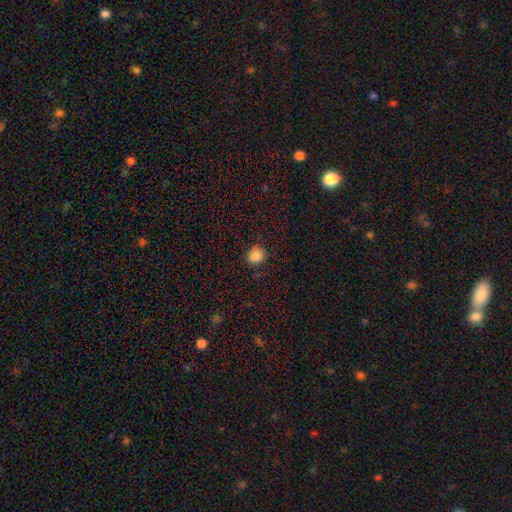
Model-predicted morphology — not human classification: smooth 85%, star or artifact 11%, featured or disk 4%. Down the decision tree: how rounded — round (80%); merging — none (82%).